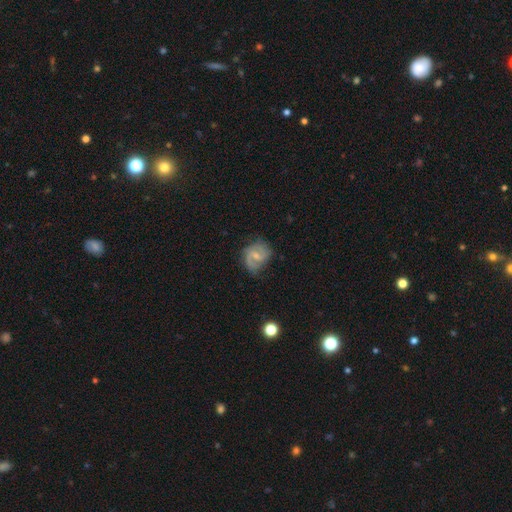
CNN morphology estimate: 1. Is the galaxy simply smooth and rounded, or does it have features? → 79% featured or disk, 15% smooth, 6% star or artifact.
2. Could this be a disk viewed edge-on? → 98% no, 2% yes.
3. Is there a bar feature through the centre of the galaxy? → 57% weak, 29% no, 14% strong.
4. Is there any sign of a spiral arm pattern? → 95% yes, 5% no.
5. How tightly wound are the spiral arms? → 50% medium, 28% tight, 21% loose.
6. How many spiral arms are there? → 84% 2, 7% can't tell, 3% 3, 3% 1, 1% 4, 1% more than 4.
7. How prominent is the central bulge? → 55% small, 36% moderate, 6% none, 1% large, 1% dominant.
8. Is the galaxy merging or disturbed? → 70% none, 22% minor disturbance, 7% major disturbance, 1% merger.